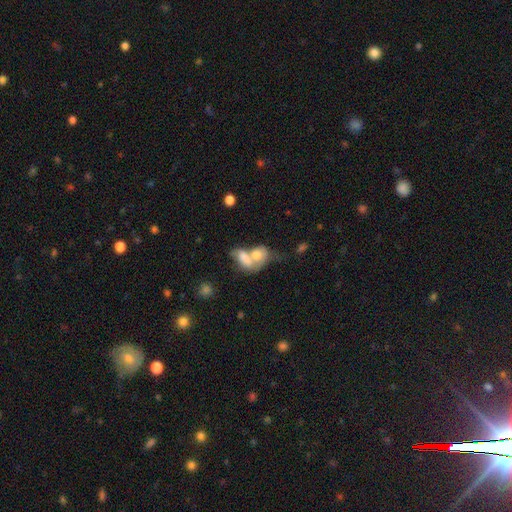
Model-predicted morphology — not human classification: Overall: smooth (63%; featured or disk 25%). How rounded: in between (71%). Merging: merger (69%).